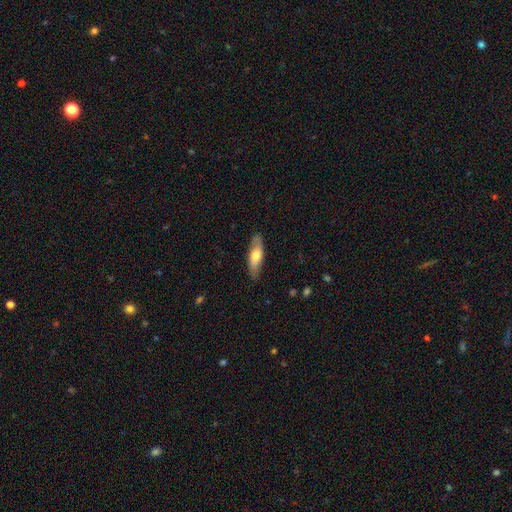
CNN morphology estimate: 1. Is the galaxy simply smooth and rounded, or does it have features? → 60% smooth, 35% featured or disk, 5% star or artifact.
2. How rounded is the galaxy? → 52% in between, 46% cigar-shaped, 2% round.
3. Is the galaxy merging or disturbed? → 83% none, 14% minor disturbance, 3% major disturbance, 1% merger.